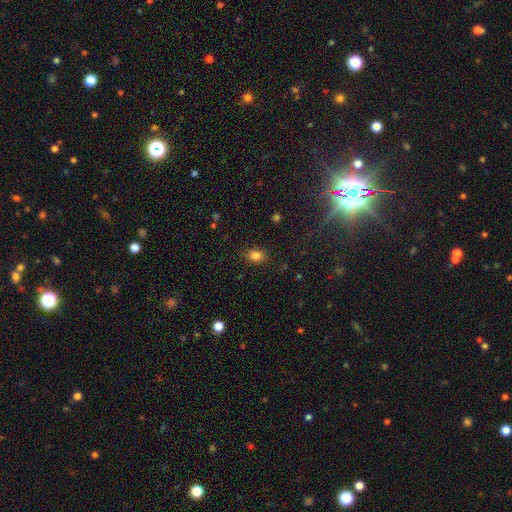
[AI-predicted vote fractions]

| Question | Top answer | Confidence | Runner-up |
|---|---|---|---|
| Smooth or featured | smooth | 82% | star or artifact (12%) |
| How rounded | in between | 75% | round (23%) |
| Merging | none | 86% | minor disturbance (10%) |